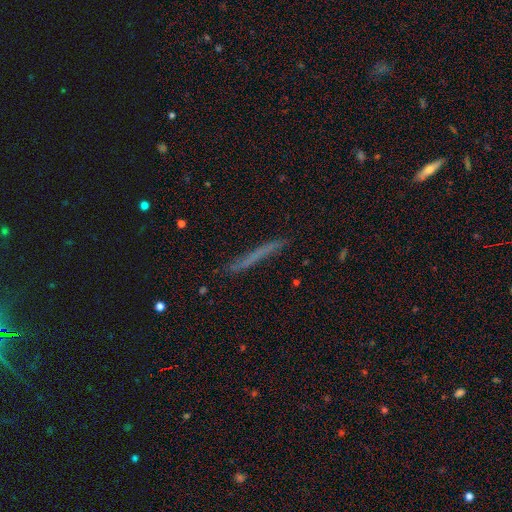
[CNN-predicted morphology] Smooth or featured: smooth — 55% (featured or disk — 34%)
How rounded: cigar-shaped — 96% (in between — 2%)
Merging: none — 85% (minor disturbance — 11%)